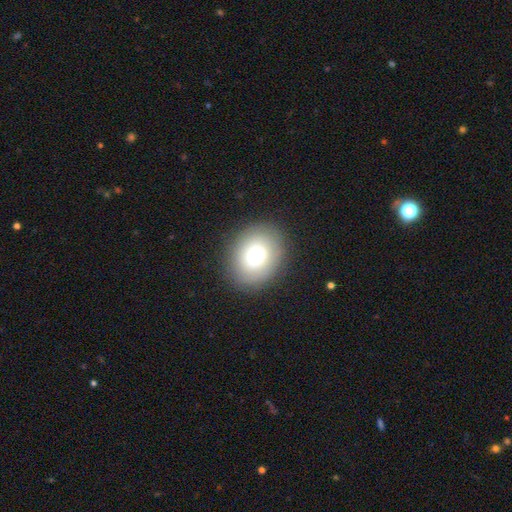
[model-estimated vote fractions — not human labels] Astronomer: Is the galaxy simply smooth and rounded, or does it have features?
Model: smooth — 74%.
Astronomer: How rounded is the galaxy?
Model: round — 55% (runner-up: in between, 44%).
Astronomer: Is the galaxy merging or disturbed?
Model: none — 87%.